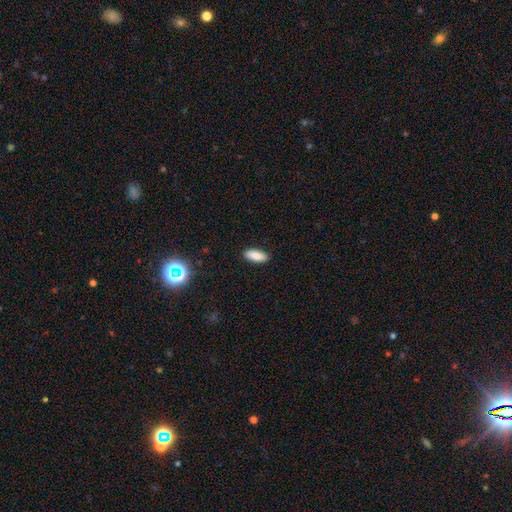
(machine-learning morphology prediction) smooth_or_featured: smooth (p=0.87) [alt: star or artifact p=0.08]
how_rounded: in between (p=0.71) [alt: cigar-shaped p=0.27]
merging: none (p=0.89) [alt: minor disturbance p=0.08]